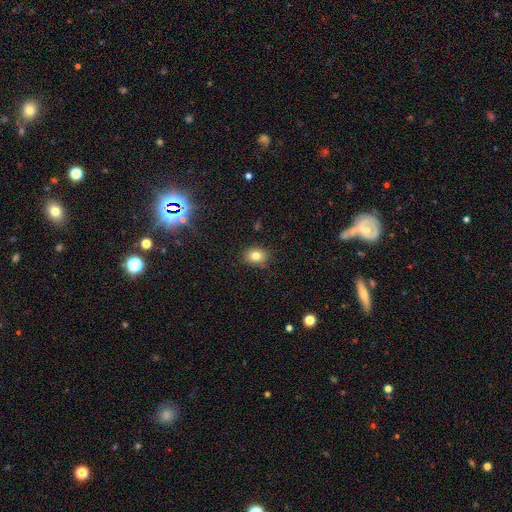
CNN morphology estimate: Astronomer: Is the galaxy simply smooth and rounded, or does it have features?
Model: smooth — 81%.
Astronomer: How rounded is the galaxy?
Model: in between — 62% (runner-up: round, 37%).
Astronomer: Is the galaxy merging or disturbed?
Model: none — 86%.